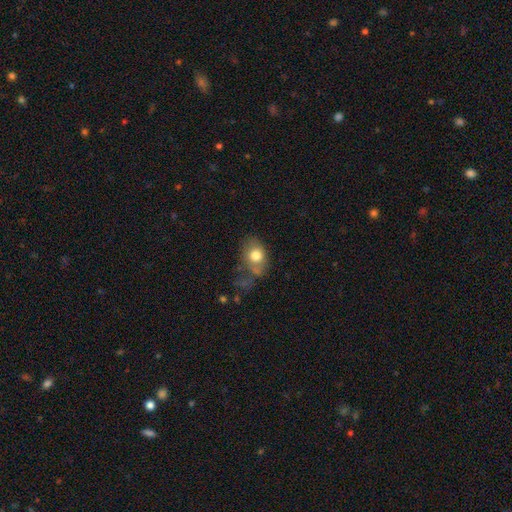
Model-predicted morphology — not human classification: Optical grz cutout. It shows a smooth galaxy with no disk features (75%) that is in between round and cigar-shaped (64%). Merging: none (39%).